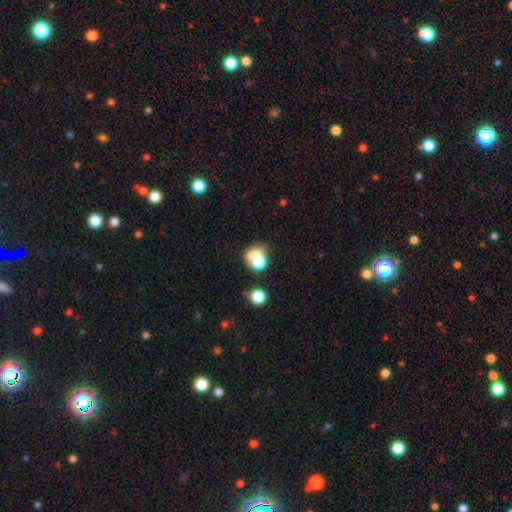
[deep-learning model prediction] Smooth or featured: smooth — 63% (featured or disk — 23%)
How rounded: round — 64% (in between — 35%)
Merging: merger — 50% (none — 29%)